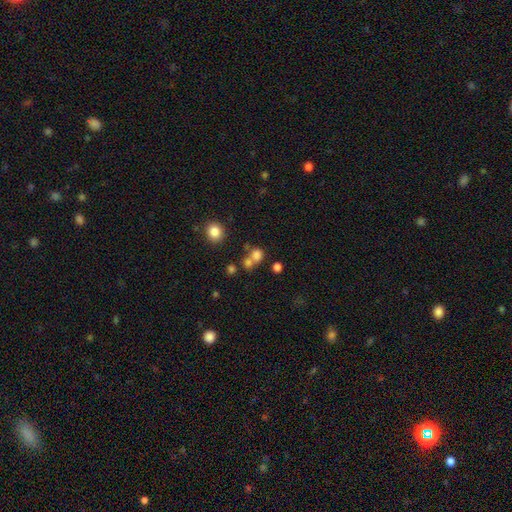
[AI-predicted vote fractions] Morphology: type=smooth (75%); roundness=round (78%); merging=none (45%).